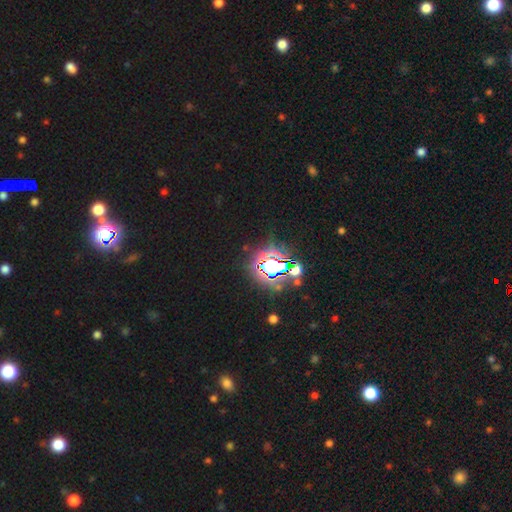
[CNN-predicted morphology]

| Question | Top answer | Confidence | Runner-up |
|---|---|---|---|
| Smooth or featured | star or artifact | 81% | smooth (12%) |